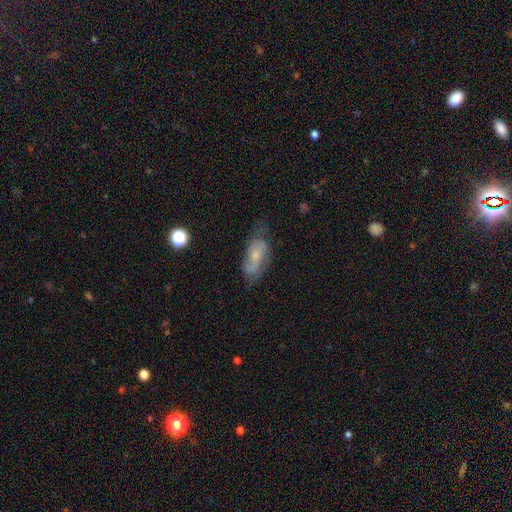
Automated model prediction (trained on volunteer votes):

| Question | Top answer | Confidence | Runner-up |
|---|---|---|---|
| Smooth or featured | featured or disk | 55% | smooth (36%) |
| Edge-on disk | no | 90% | yes (10%) |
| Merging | none | 58% | minor disturbance (27%) |